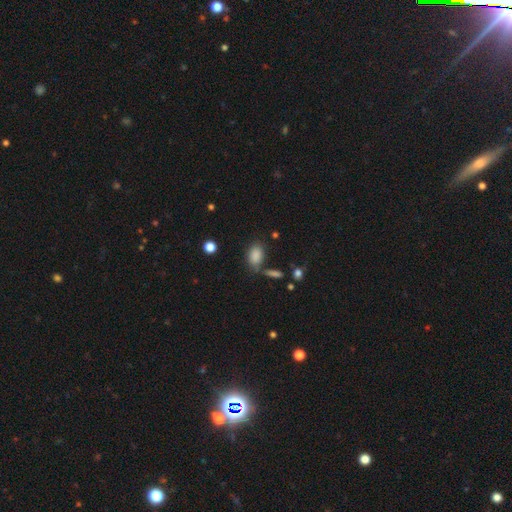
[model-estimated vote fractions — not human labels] This appears to be a smooth galaxy with no disk features (85%) that is in between round and cigar-shaped (84%). Merging: none (67%).